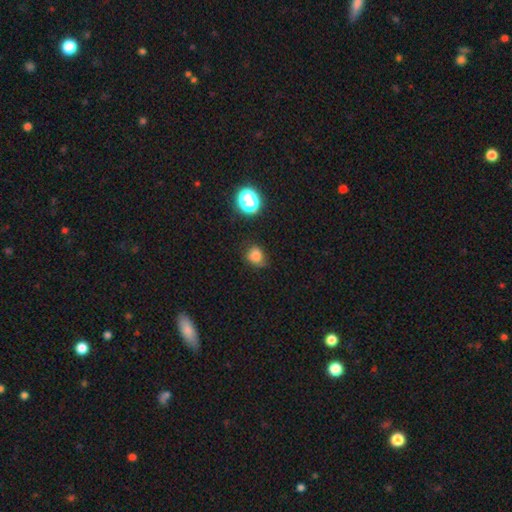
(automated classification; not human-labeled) This appears to be a smooth galaxy with no disk features (79%) that is round (70%). Merging: none (65%).